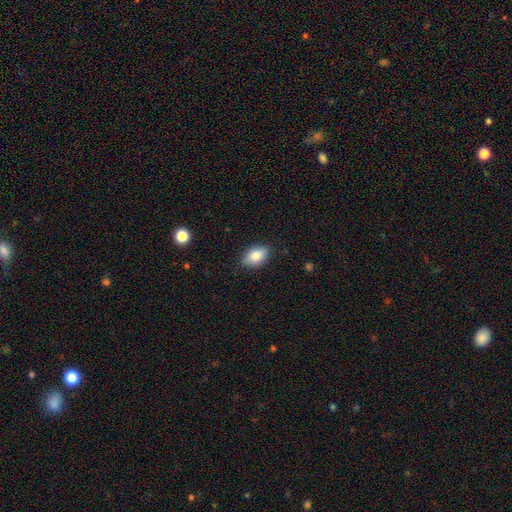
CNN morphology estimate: Q: Smooth or featured?
A: smooth (81%); runner-up: featured or disk (11%)
Q: How rounded?
A: in between (87%); runner-up: round (10%)
Q: Merging?
A: none (83%); runner-up: minor disturbance (14%)